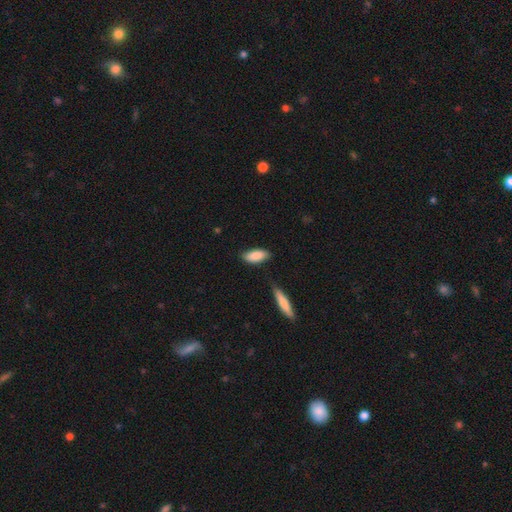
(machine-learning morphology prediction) A smooth galaxy with no disk features (87%) that is in between round and cigar-shaped (80%).

Vote fractions:
- Smooth or featured? smooth: 87% / featured or disk: 8% / star or artifact: 6%
- How rounded? in between: 80% / cigar-shaped: 18% / round: 2%
- Merging? none: 77% / minor disturbance: 17% / merger: 3% / major disturbance: 3%